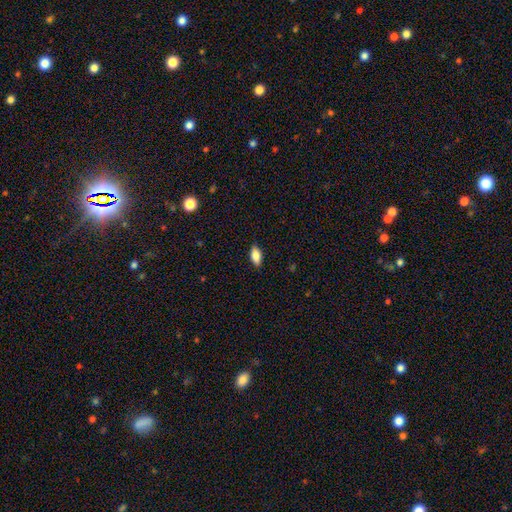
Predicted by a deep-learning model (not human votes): This is clearly a smooth galaxy (82%). How rounded: clearly in between (84%). Merging: clearly none (87%).